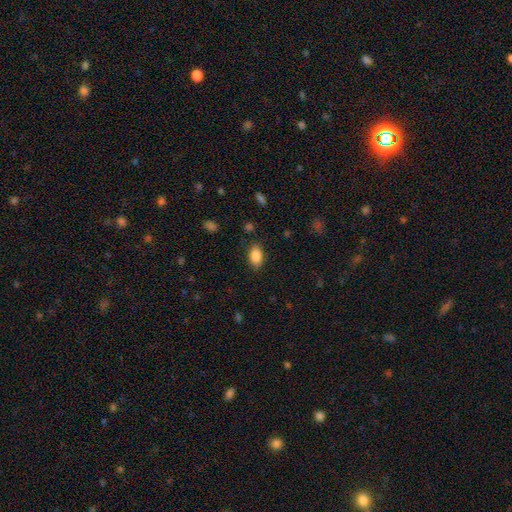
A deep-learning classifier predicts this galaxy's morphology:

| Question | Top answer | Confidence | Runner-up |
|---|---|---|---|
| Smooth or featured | smooth | 87% | star or artifact (8%) |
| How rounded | in between | 92% | round (5%) |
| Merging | none | 85% | minor disturbance (11%) |